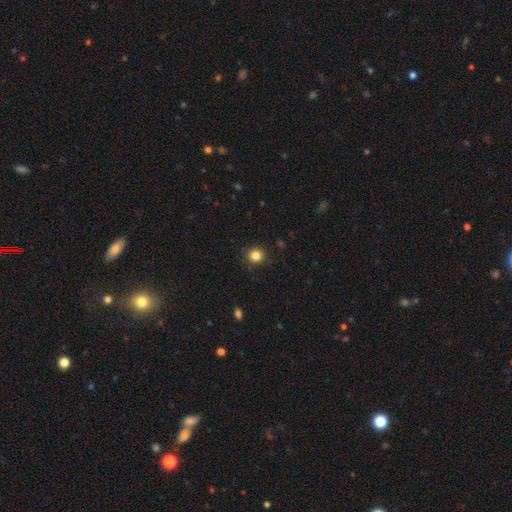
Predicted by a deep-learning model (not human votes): Smooth or featured?
  - smooth: 84% *
  - star or artifact: 11%
  - featured or disk: 4%
How rounded?
  - round: 92% *
  - in between: 7%
  - cigar-shaped: 1%
Merging?
  - none: 90% *
  - minor disturbance: 7%
  - major disturbance: 2%
  - merger: 1%